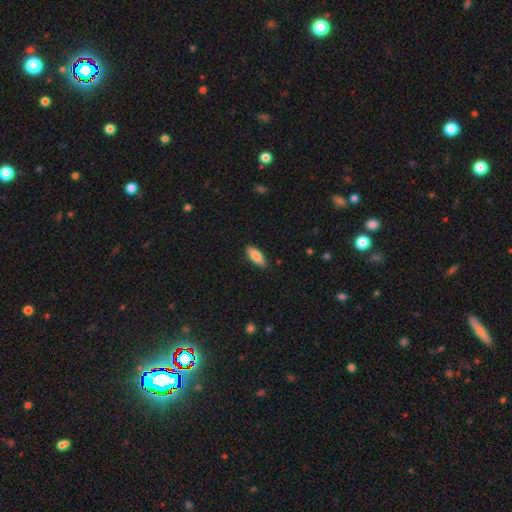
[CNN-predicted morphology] smooth_or_featured: smooth (p=0.81) [alt: featured or disk p=0.13]
how_rounded: in between (p=0.64) [alt: cigar-shaped p=0.34]
merging: none (p=0.88) [alt: minor disturbance p=0.09]